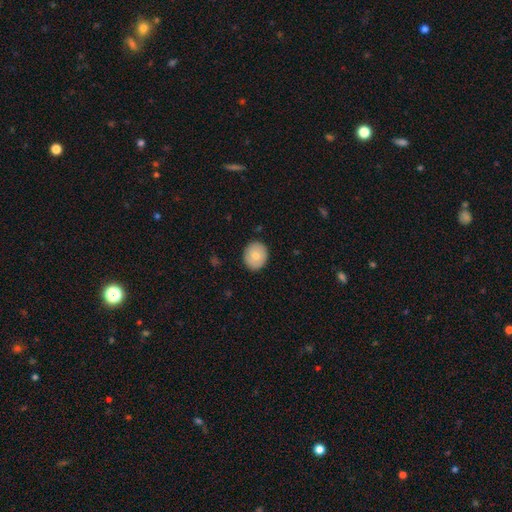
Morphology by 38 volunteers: Smooth or featured?
  - smooth: 66% *
  - featured or disk: 26%
  - star or artifact: 8%
How rounded?
  - round: 60% *
  - in between: 40%
  - cigar-shaped: 0%
Merging?
  - none: 89% *
  - minor disturbance: 9%
  - merger: 3%
  - major disturbance: 0%